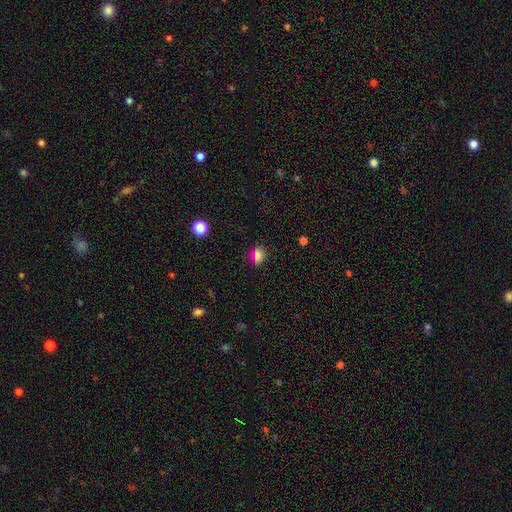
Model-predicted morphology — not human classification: Smooth or featured?
  - smooth: 76% *
  - star or artifact: 17%
  - featured or disk: 7%
How rounded?
  - round: 68% *
  - in between: 30%
  - cigar-shaped: 2%
Merging?
  - none: 85% *
  - minor disturbance: 10%
  - major disturbance: 3%
  - merger: 3%